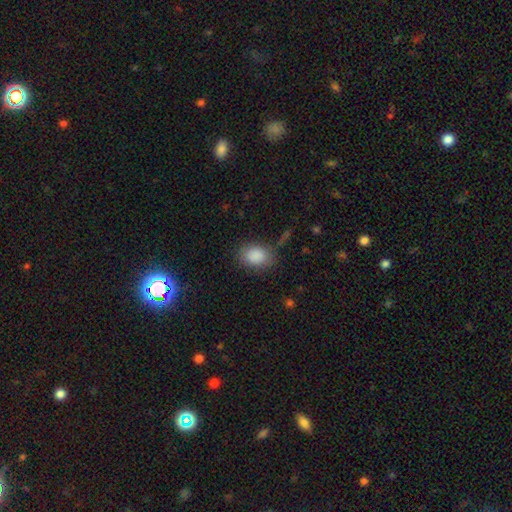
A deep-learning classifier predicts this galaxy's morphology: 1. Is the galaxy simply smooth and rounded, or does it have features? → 87% smooth, 8% star or artifact, 5% featured or disk.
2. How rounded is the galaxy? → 71% in between, 27% round, 1% cigar-shaped.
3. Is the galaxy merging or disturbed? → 73% none, 18% minor disturbance, 7% major disturbance, 3% merger.